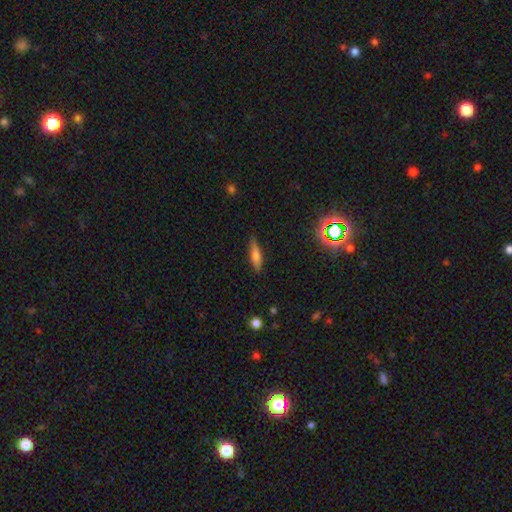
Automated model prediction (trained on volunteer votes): This is likely a smooth galaxy (65%). How rounded: likely cigar-shaped (69%). Merging: clearly none (84%).